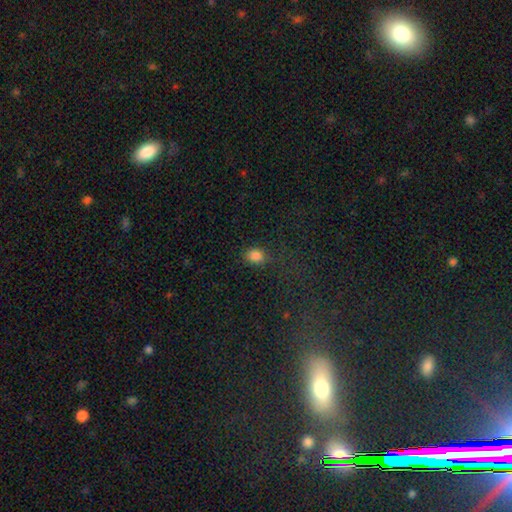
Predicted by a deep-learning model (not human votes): Smooth or featured?
  - smooth: 81% *
  - star or artifact: 14%
  - featured or disk: 4%
How rounded?
  - in between: 54% *
  - round: 44%
  - cigar-shaped: 2%
Merging?
  - none: 76% *
  - minor disturbance: 15%
  - major disturbance: 6%
  - merger: 3%